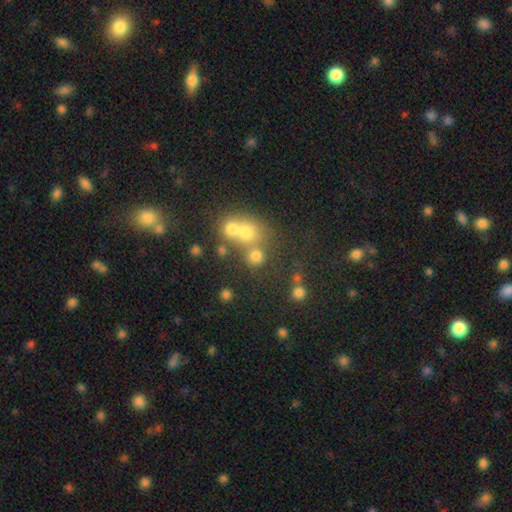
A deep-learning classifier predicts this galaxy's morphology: The model was most divided on "merging": none: 54%, merger: 32%, minor disturbance: 9%, major disturbance: 5%. More confident: how rounded — round (84%); smooth or featured — smooth (72%).